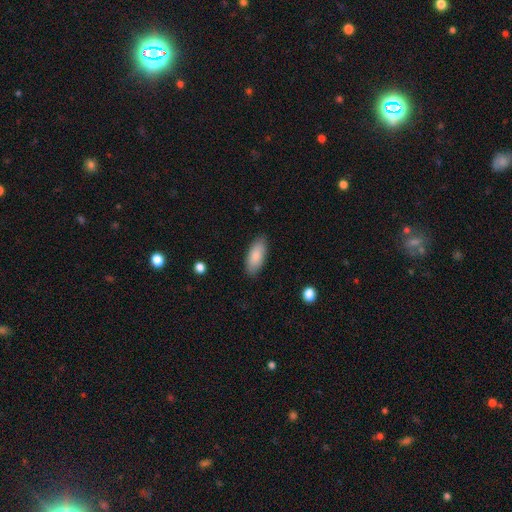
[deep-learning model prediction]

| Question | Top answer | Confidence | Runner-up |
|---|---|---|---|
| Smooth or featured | smooth | 85% | featured or disk (9%) |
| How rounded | in between | 87% | cigar-shaped (11%) |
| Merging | none | 86% | minor disturbance (11%) |